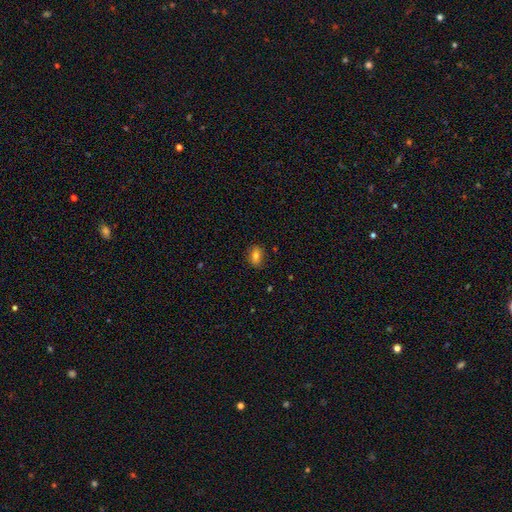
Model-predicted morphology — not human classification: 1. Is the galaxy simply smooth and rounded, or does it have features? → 76% smooth, 12% featured or disk, 12% star or artifact.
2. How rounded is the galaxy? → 75% in between, 23% round, 2% cigar-shaped.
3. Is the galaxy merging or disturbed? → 83% none, 13% minor disturbance, 3% major disturbance, 1% merger.